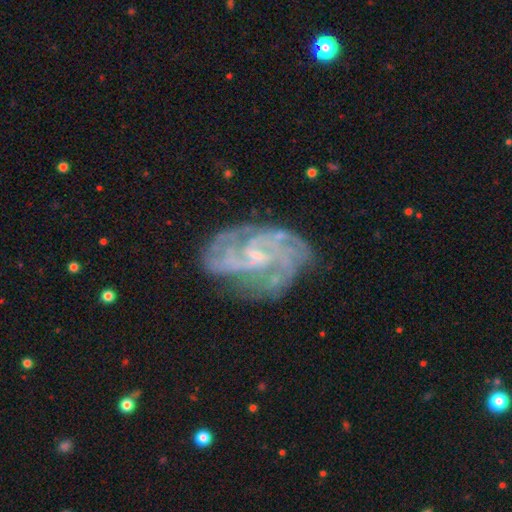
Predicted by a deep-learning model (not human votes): The model was most divided on "spiral winding": tight: 45%, medium: 42%, loose: 13%. Remaining: edge-on disk — no (97%); spiral arms — yes (94%); smooth or featured — featured or disk (86%); bulge size — small (70%); merging — none (62%); bar — weak (52%); spiral arm count — can't tell (28%).